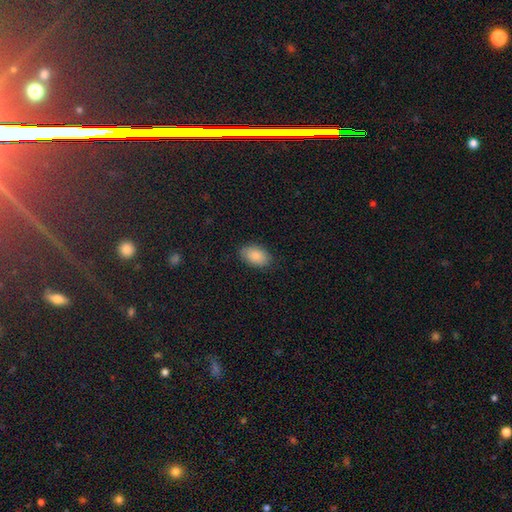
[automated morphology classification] The model was most divided on "merging": none: 84%, minor disturbance: 13%, major disturbance: 3%, merger: 1%. More confident: how rounded — in between (92%); smooth or featured — smooth (85%).